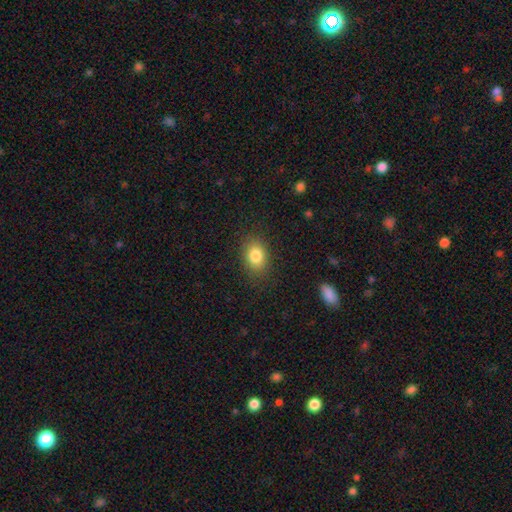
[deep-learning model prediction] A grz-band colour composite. It shows a smooth galaxy with no disk features (82%) that is in between round and cigar-shaped (71%). Merging: none (85%).